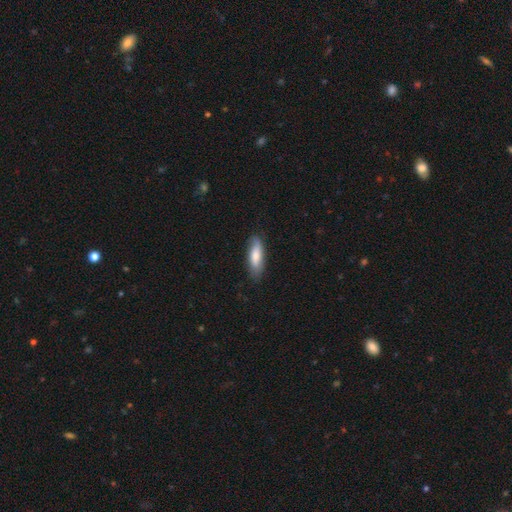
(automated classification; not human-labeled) This appears to be a smooth galaxy with no disk features (74%) that is in between round and cigar-shaped (55%). Merging: none (75%).